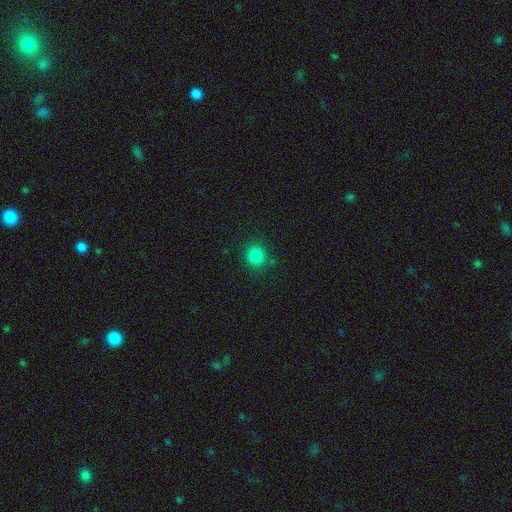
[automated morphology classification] This appears to be a smooth galaxy with no disk features (83%) that is round (85%). Merging: none (87%).